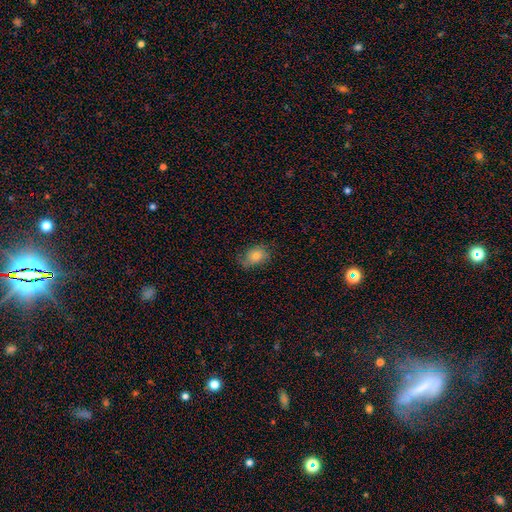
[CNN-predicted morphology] Smooth or featured: smooth — 68% (featured or disk — 21%)
How rounded: in between — 73% (round — 25%)
Merging: none — 67% (minor disturbance — 24%)